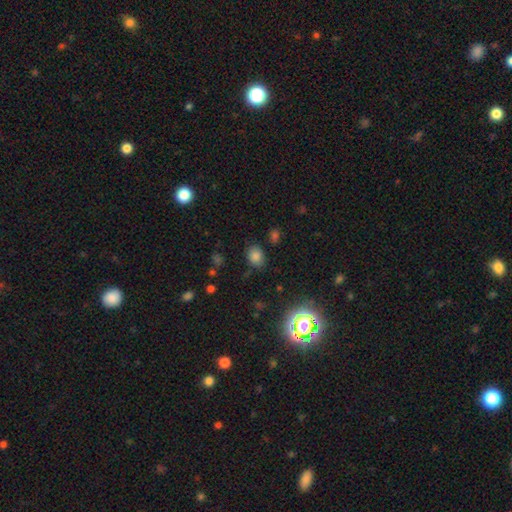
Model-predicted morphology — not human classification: Q: Smooth or featured?
A: smooth (77%); runner-up: star or artifact (17%)
Q: How rounded?
A: in between (57%); runner-up: round (41%)
Q: Merging?
A: none (80%); runner-up: minor disturbance (14%)